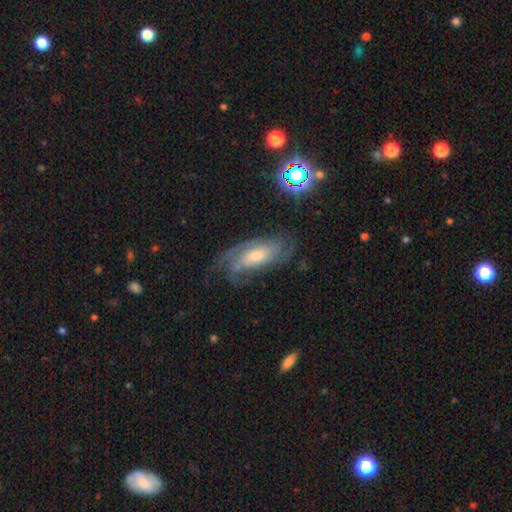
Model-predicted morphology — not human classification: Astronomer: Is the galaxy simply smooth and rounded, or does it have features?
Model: featured or disk — 75%.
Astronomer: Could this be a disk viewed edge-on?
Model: no — 90%.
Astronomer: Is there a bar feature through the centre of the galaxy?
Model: no — 61%.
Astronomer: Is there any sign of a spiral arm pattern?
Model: yes — 92%.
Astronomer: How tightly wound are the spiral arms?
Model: tight — 49% (runner-up: medium, 37%).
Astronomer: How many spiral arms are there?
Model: can't tell — 43% (runner-up: 2, 25%).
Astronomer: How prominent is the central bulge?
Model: moderate — 57%.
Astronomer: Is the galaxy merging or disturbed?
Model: none — 63%.